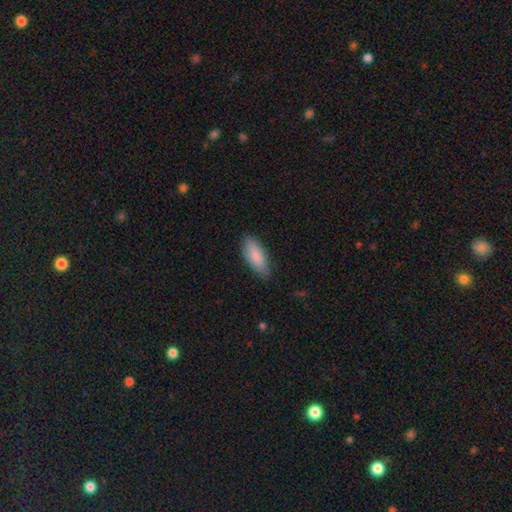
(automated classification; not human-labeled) Overall: smooth (86%). How rounded: in between (74%). Merging: none (82%).